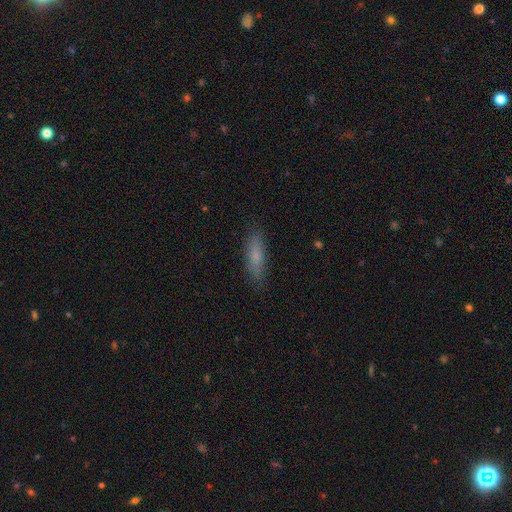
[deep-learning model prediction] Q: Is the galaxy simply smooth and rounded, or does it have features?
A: smooth — 75%.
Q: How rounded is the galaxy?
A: cigar-shaped — 62%.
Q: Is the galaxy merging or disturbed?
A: none — 84%.